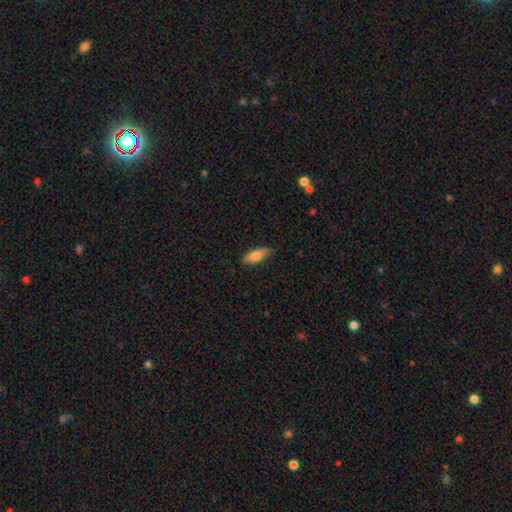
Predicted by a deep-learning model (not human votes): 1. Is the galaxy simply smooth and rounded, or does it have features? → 79% smooth, 15% featured or disk, 6% star or artifact.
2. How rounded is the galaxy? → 74% in between, 24% cigar-shaped, 2% round.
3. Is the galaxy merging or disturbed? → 86% none, 11% minor disturbance, 2% major disturbance, 1% merger.